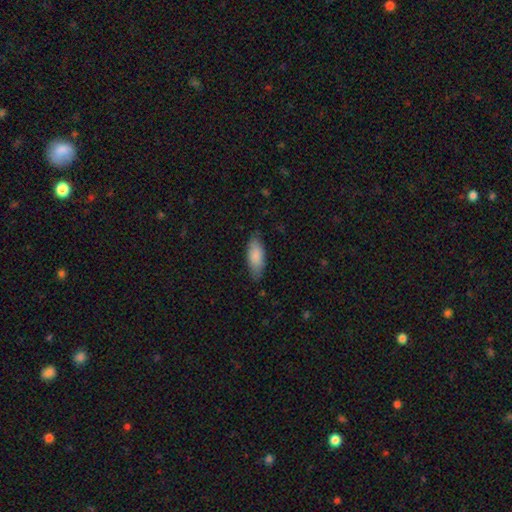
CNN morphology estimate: Overall: smooth (86%). How rounded: in between (80%). Merging: none (77%).